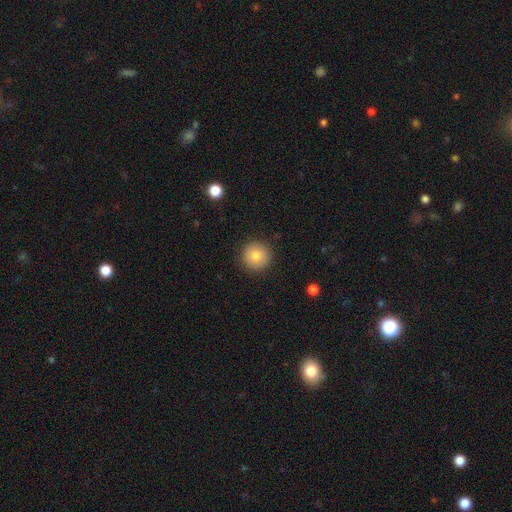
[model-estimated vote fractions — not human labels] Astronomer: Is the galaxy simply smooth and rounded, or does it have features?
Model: smooth — 81%.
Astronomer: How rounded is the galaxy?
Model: round — 96%.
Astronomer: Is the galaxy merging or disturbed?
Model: none — 91%.